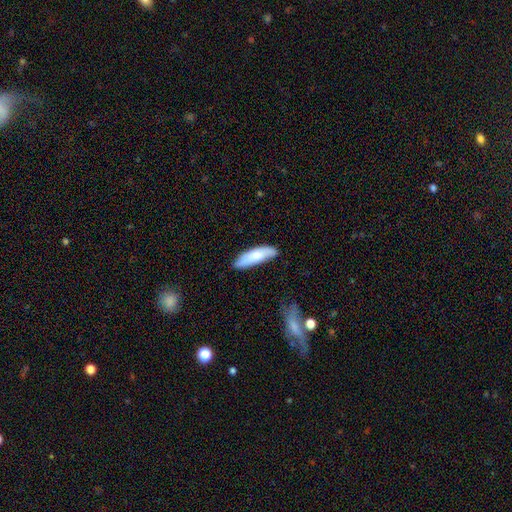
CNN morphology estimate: Overall: smooth (76%). How rounded: cigar-shaped (51%; in between 48%). Merging: none (74%).